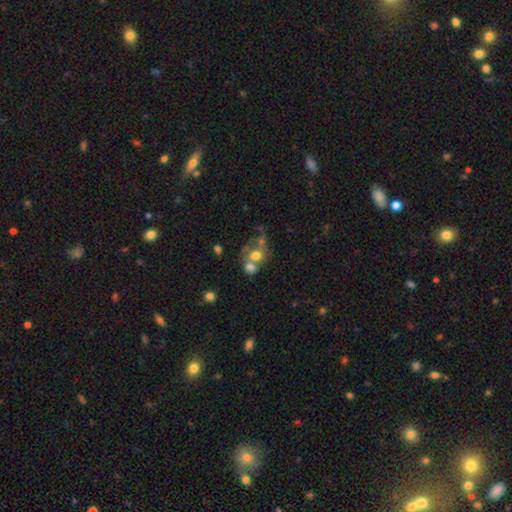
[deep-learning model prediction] Smooth or featured: smooth — 61% (featured or disk — 26%)
How rounded: round — 60% (in between — 39%)
Merging: merger — 58% (none — 24%)